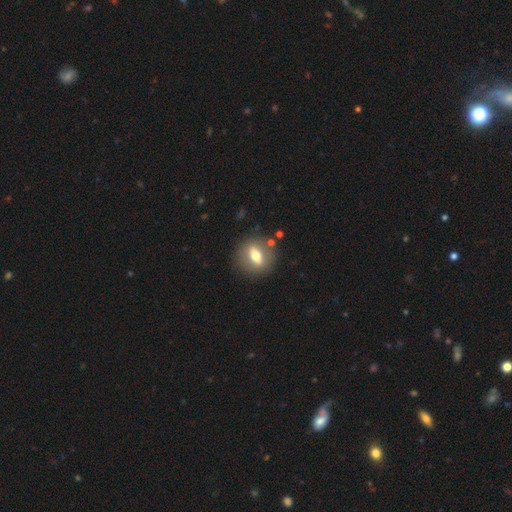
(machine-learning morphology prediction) The model was most divided on "how rounded": round: 51%, in between: 41%, cigar-shaped: 8%. More confident: merging — none (84%); smooth or featured — smooth (52%).